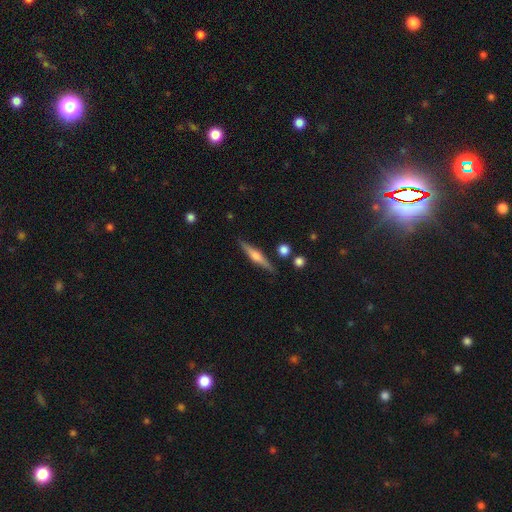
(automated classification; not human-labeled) Smooth or featured?
  - featured or disk: 66% *
  - smooth: 28%
  - star or artifact: 6%
Edge-on disk?
  - yes: 97% *
  - no: 3%
Edge-on bulge?
  - rounded: 80% *
  - boxy: 14%
  - none: 6%
Merging?
  - none: 87% *
  - minor disturbance: 8%
  - merger: 3%
  - major disturbance: 2%